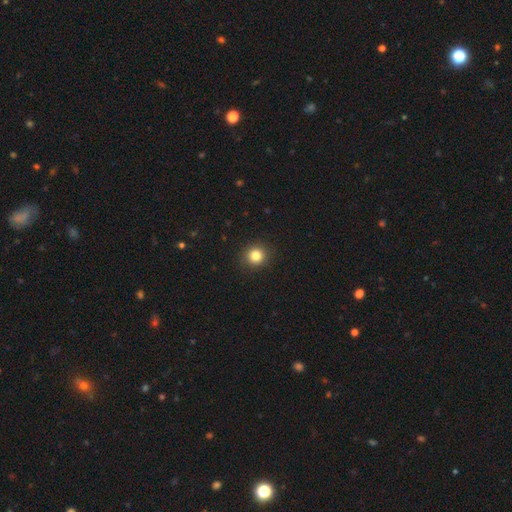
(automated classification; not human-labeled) smooth_or_featured: smooth (p=0.83) [alt: star or artifact p=0.12]
how_rounded: round (p=0.91) [alt: in between p=0.08]
merging: none (p=0.92) [alt: minor disturbance p=0.05]